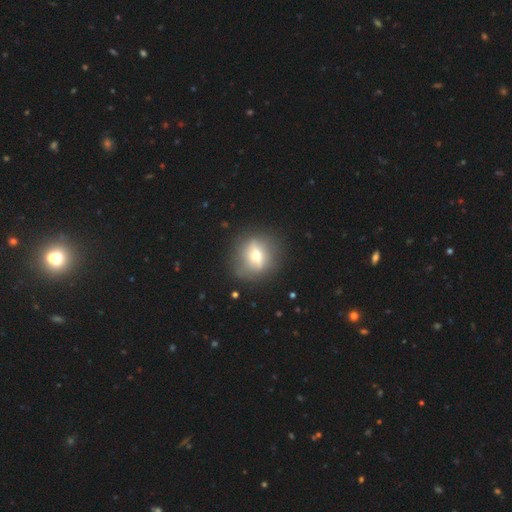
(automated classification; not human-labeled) This is possibly a featured or disk galaxy (59%). It is likely not viewed edge-on (63%). Merging: clearly none (80%).